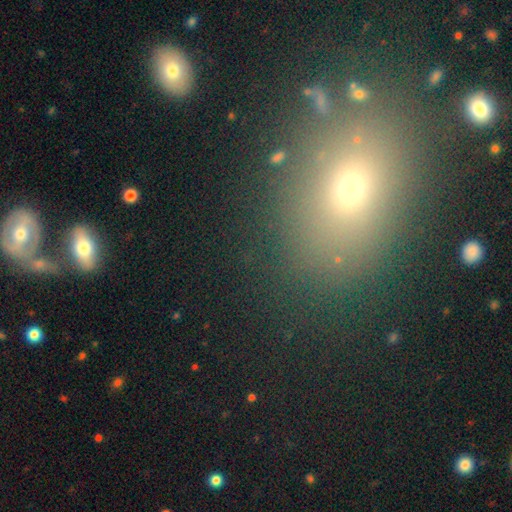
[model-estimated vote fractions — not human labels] Morphology: type=smooth (59%); roundness=in between (60%); merging=none (80%).